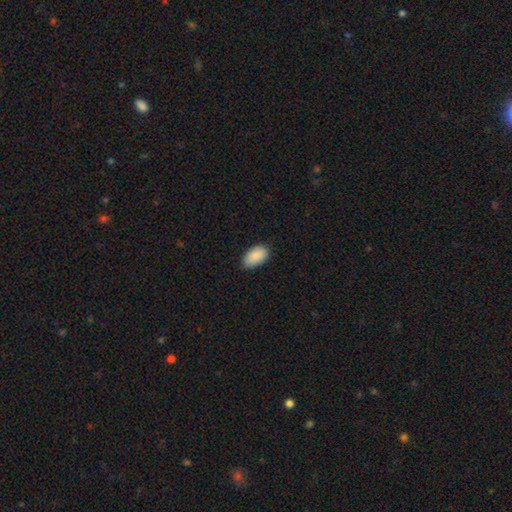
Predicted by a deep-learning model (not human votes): Smooth or featured?
  - smooth: 90% *
  - star or artifact: 7%
  - featured or disk: 3%
How rounded?
  - in between: 95% *
  - round: 3%
  - cigar-shaped: 2%
Merging?
  - none: 80% *
  - minor disturbance: 17%
  - major disturbance: 2%
  - merger: 1%